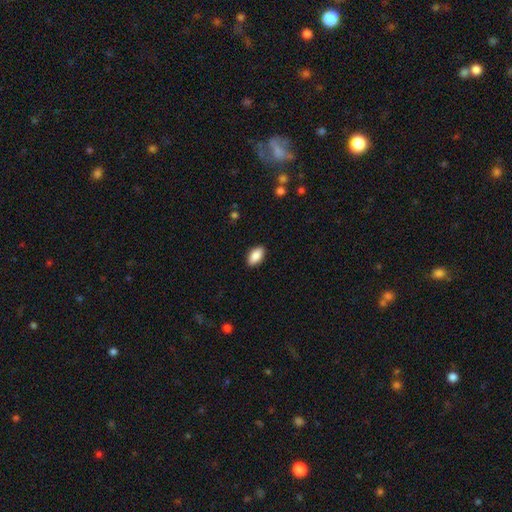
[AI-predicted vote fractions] Morphology: type=smooth (86%); roundness=in between (91%); merging=none (89%).